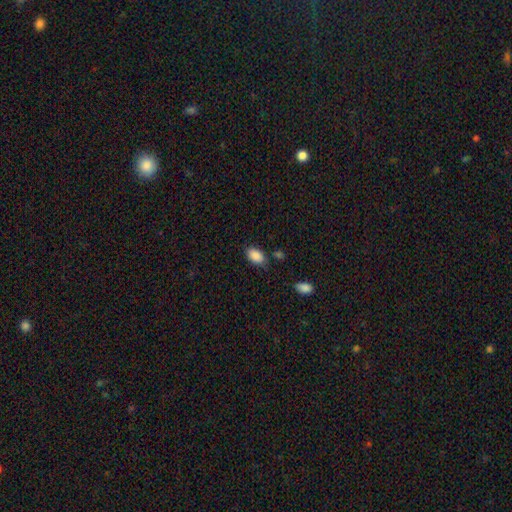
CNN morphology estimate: Smooth or featured? smooth (89%)
How rounded? in between (92%)
Merging? none (75%)